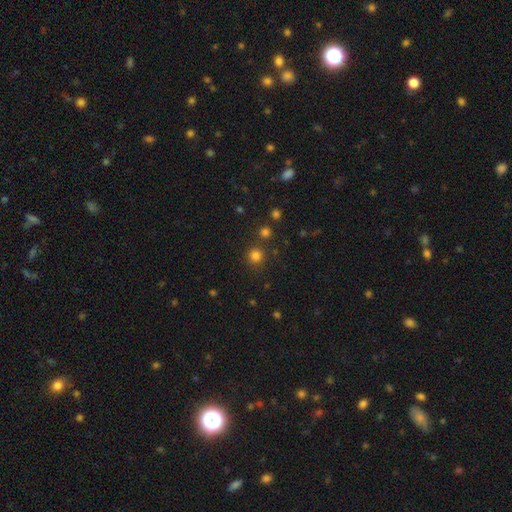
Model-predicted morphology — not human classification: smooth_or_featured: smooth (p=0.79) [alt: star or artifact p=0.17]
how_rounded: round (p=0.92) [alt: in between p=0.07]
merging: none (p=0.82) [alt: merger p=0.08]